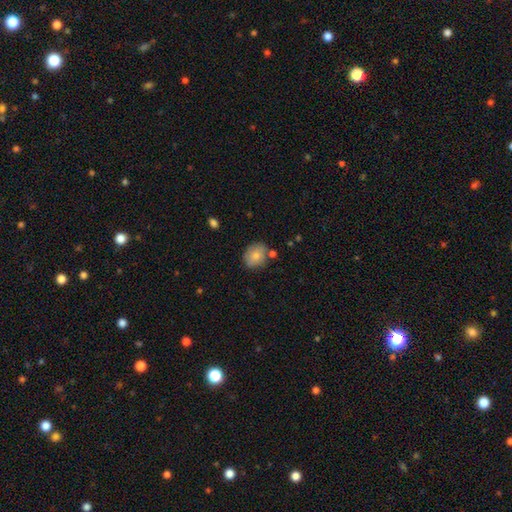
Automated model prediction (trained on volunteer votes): Q: Smooth or featured?
A: smooth (79%); runner-up: featured or disk (13%)
Q: How rounded?
A: round (64%); runner-up: in between (35%)
Q: Merging?
A: none (73%); runner-up: minor disturbance (16%)